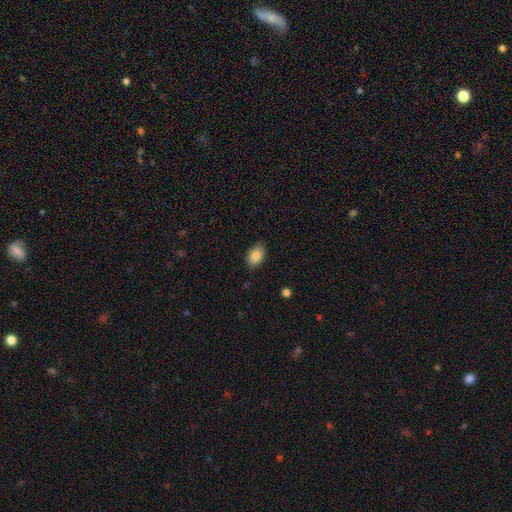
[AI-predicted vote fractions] Smooth or featured: smooth — 85% (featured or disk — 8%)
How rounded: in between — 86% (round — 13%)
Merging: none — 86% (minor disturbance — 11%)